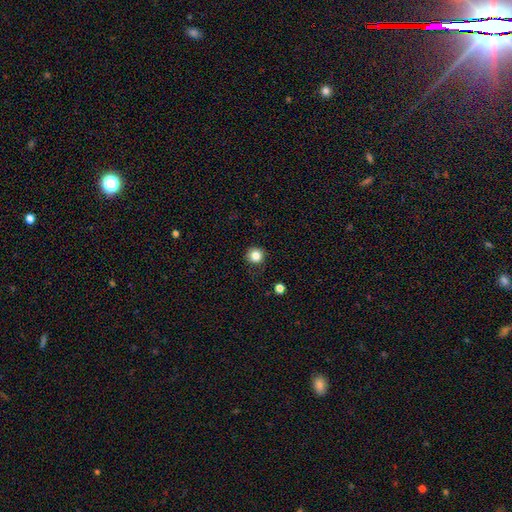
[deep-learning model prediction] This appears to be a smooth galaxy with no disk features (83%) that is round (93%). Merging: none (84%).